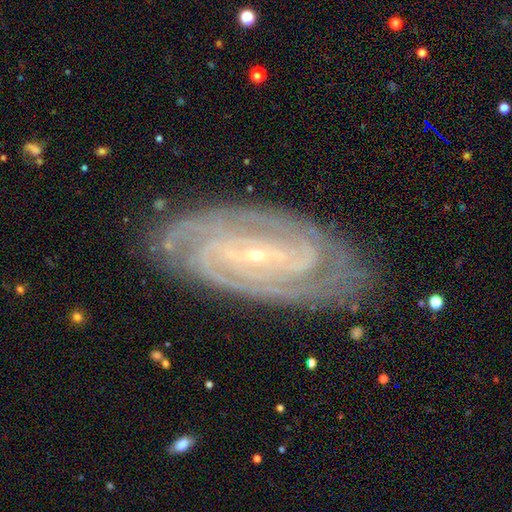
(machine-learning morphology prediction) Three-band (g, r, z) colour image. It shows a featured or disk galaxy (90%) with a weak bar (35%), 2 (25%) tight (75%) spiral arms (98%) and a small central bulge (87%). Merging: none (82%).